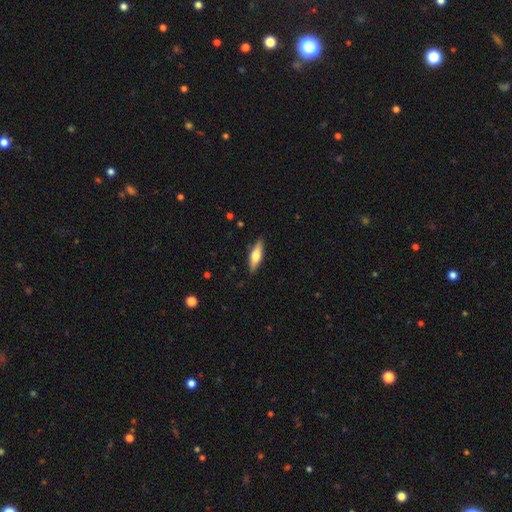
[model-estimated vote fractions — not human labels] Overall: smooth (58%; featured or disk 36%). How rounded: cigar-shaped (52%; in between 46%). Merging: none (87%).